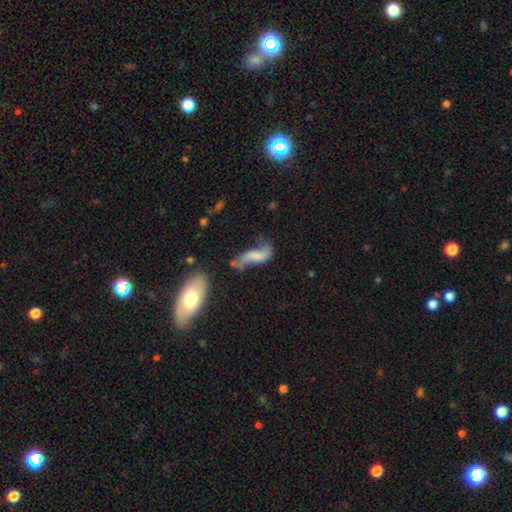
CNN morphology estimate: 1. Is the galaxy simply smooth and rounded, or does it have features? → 65% featured or disk, 26% smooth, 9% star or artifact.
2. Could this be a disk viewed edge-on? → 92% no, 8% yes.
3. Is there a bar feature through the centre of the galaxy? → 49% no, 36% weak, 15% strong.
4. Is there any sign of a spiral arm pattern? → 86% yes, 14% no.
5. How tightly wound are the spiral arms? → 89% loose, 9% medium, 3% tight.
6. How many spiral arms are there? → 88% 2, 5% 1, 3% can't tell, 1% 3, 1% 4, 1% more than 4.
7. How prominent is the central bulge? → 41% none, 31% small, 20% moderate, 6% large, 2% dominant.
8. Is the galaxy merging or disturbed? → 42% none, 23% minor disturbance, 21% major disturbance, 14% merger.